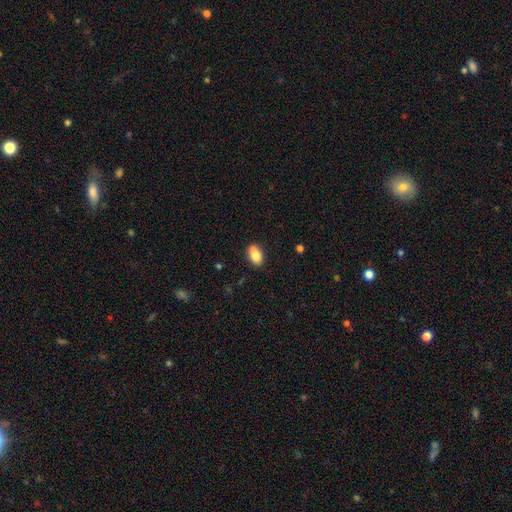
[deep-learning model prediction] A smooth galaxy with no disk features (80%) that is in between round and cigar-shaped (85%).

Vote fractions:
- Smooth or featured? smooth: 80% / featured or disk: 12% / star or artifact: 8%
- How rounded? in between: 85% / round: 13% / cigar-shaped: 2%
- Merging? none: 68% / minor disturbance: 19% / merger: 9% / major disturbance: 4%